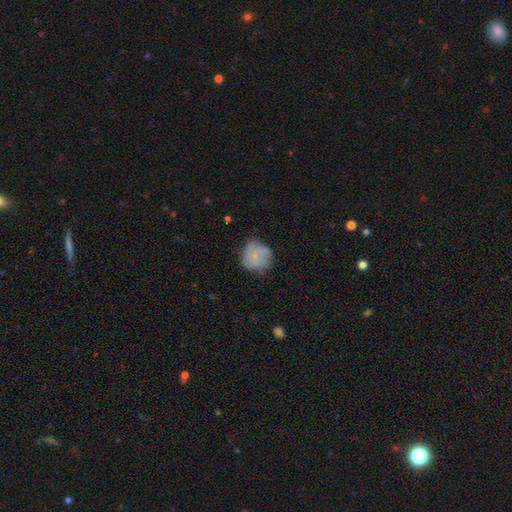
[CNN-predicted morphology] This appears to be a smooth galaxy with no disk features (58%) that is round (86%). Merging: none (65%).